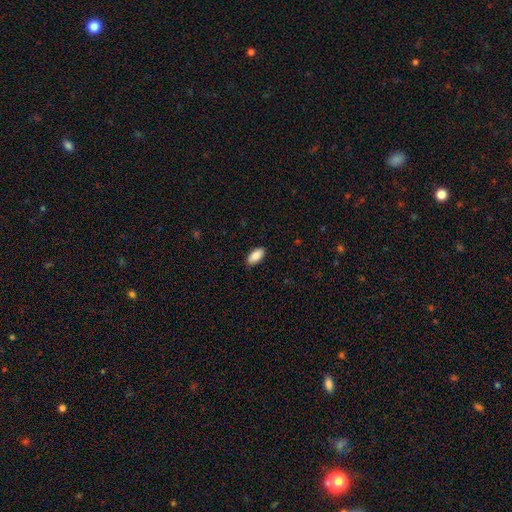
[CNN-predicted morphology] Q: Smooth or featured?
A: smooth (88%); runner-up: star or artifact (6%)
Q: How rounded?
A: in between (92%); runner-up: cigar-shaped (6%)
Q: Merging?
A: none (87%); runner-up: minor disturbance (10%)